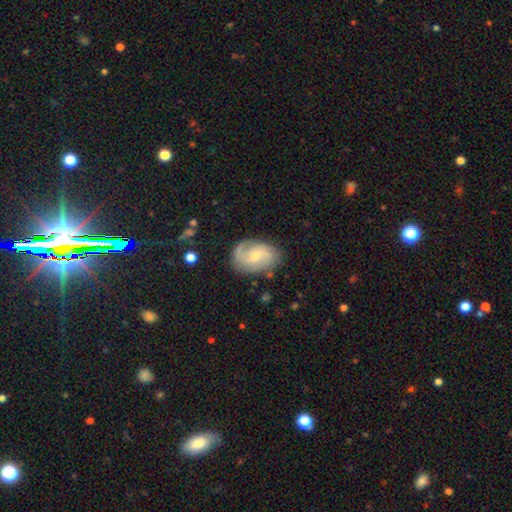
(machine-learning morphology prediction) Smooth or featured? Predicted: featured or disk (p=0.76). Edge-on disk? Predicted: no (p=0.97). Bar? Predicted: no (p=0.47). Spiral arms? Predicted: yes (p=0.94). Spiral winding? Predicted: medium (p=0.47). Spiral arm count? Predicted: 2 (p=0.72). Bulge size? Predicted: small (p=0.62). Merging? Predicted: none (p=0.74).